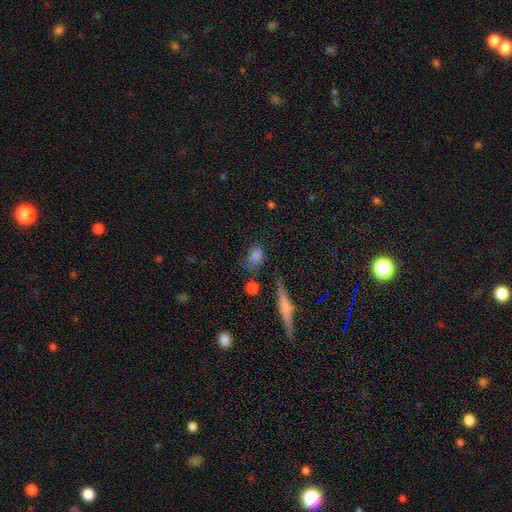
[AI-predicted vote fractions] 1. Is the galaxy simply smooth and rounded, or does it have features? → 71% smooth, 16% featured or disk, 13% star or artifact.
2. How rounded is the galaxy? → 61% in between, 32% round, 7% cigar-shaped.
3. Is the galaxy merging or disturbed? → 59% none, 24% minor disturbance, 9% major disturbance, 7% merger.